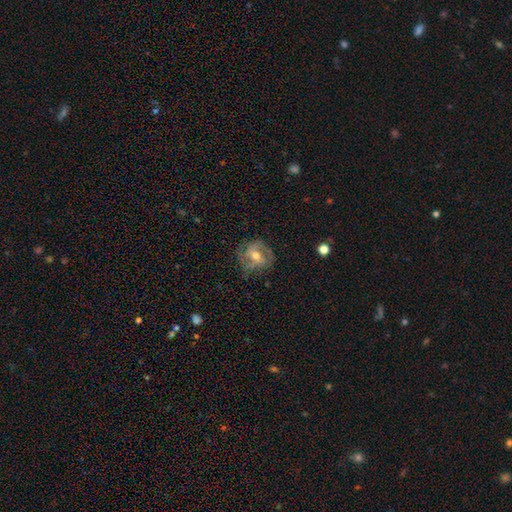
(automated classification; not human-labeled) smooth-or-featured: featured or disk: 70% | smooth: 22% | star or artifact: 8%
  disk-edge-on: no: 96% | yes: 4%
    bar: no: 49% | weak: 37% | strong: 14%
    has-spiral-arms: yes: 84% | no: 16%
      spiral-winding: medium: 43% | tight: 39% | loose: 18%
      spiral-arm-count: 2: 44% | can't tell: 24% | 3: 19% | 1: 6% | 4: 4% | more than 4: 3%
    bulge-size: moderate: 65% | small: 30% | large: 3% | none: 1% | dominant: 1%
  merging: none: 65% | minor disturbance: 21% | major disturbance: 12% | merger: 1%